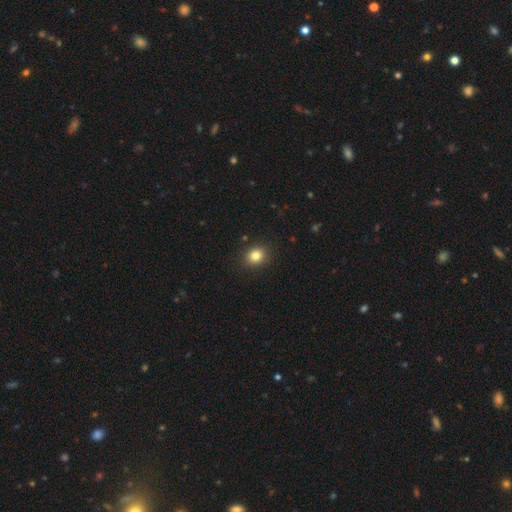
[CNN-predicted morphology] Smooth or featured? Predicted: smooth (p=0.83). How rounded? Predicted: round (p=0.62). Merging? Predicted: none (p=0.89).